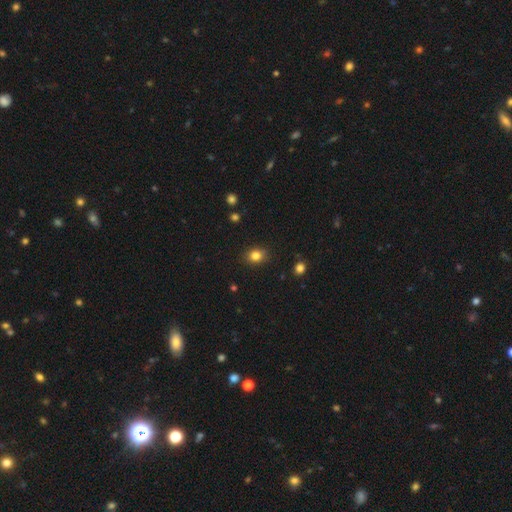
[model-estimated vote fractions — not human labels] smooth-or-featured: smooth: 82% | star or artifact: 12% | featured or disk: 6%
  how-rounded: round: 57% | in between: 42% | cigar-shaped: 1%
  merging: none: 84% | minor disturbance: 11% | major disturbance: 3% | merger: 2%